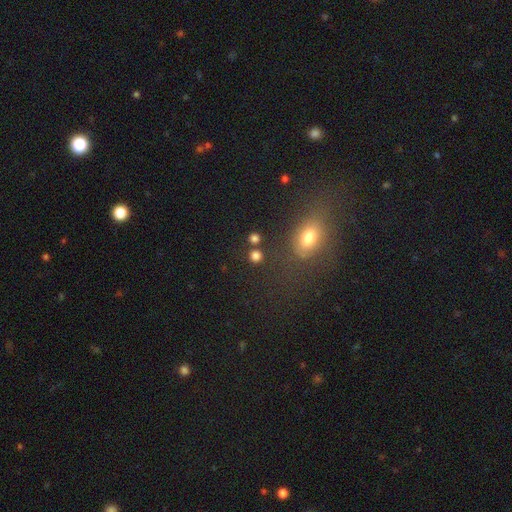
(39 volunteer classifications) smooth_or_featured: smooth (p=0.82) [alt: featured or disk p=0.10]
how_rounded: round (p=0.94) [alt: in between p=0.06]
merging: none (p=0.64) [alt: merger p=0.25]